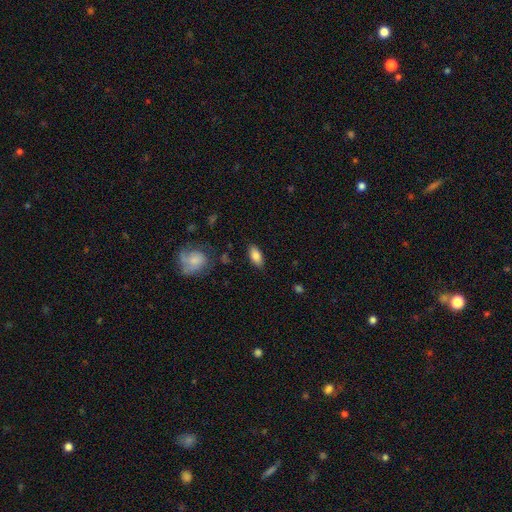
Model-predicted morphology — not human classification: smooth-or-featured: smooth: 83% | featured or disk: 10% | star or artifact: 7%
  how-rounded: in between: 88% | cigar-shaped: 9% | round: 3%
  merging: none: 85% | minor disturbance: 10% | major disturbance: 3% | merger: 2%